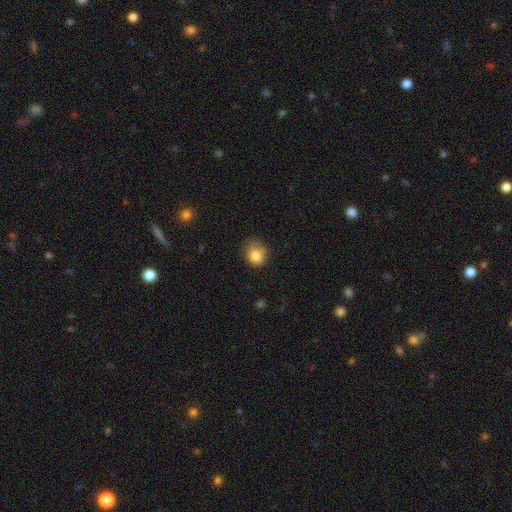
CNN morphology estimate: Smooth or featured? Predicted: smooth (p=0.81). How rounded? Predicted: round (p=0.64). Merging? Predicted: none (p=0.54).